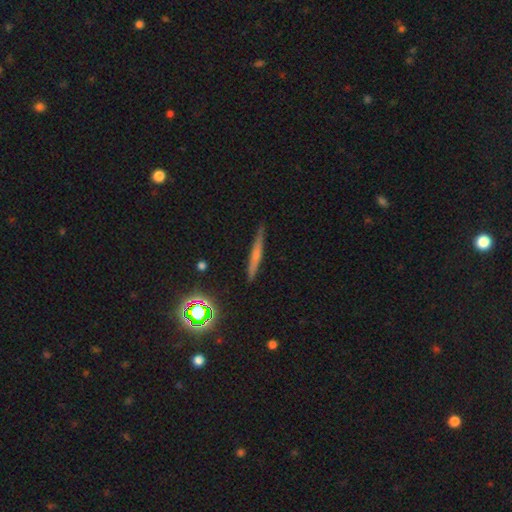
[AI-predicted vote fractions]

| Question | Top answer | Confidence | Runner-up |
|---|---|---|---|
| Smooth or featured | smooth | 47% | featured or disk (40%) |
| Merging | none | 87% | minor disturbance (10%) |